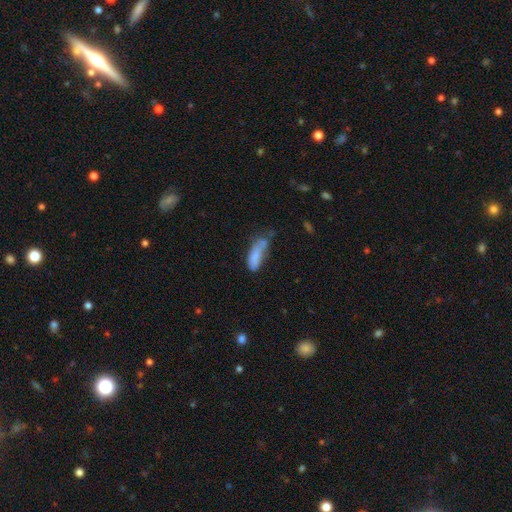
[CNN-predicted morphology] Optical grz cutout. It shows a smooth galaxy with no disk features (76%) that is in between round and cigar-shaped (57%). Merging: none (31%).